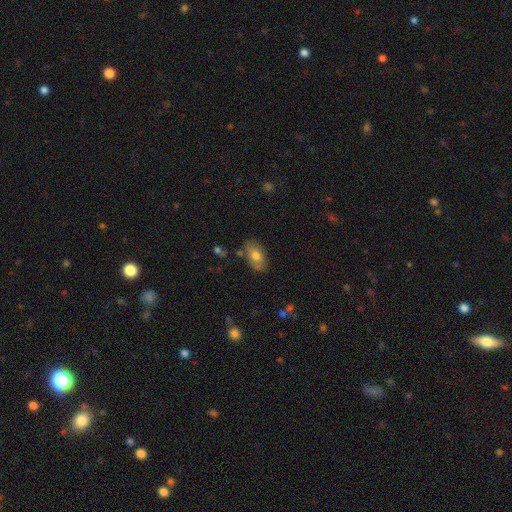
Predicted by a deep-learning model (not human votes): smooth-or-featured: smooth: 69% | featured or disk: 24% | star or artifact: 8%
  how-rounded: in between: 91% | round: 6% | cigar-shaped: 3%
  merging: none: 76% | minor disturbance: 17% | merger: 4% | major disturbance: 4%